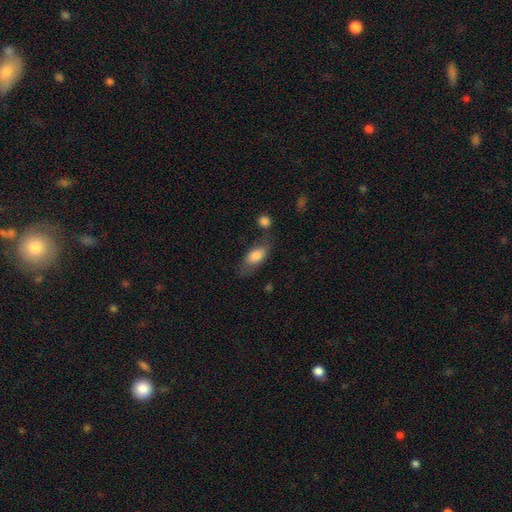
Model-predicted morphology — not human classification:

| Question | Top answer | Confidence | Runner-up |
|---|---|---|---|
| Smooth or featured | smooth | 77% | featured or disk (16%) |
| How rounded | in between | 85% | cigar-shaped (11%) |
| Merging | none | 57% | minor disturbance (22%) |